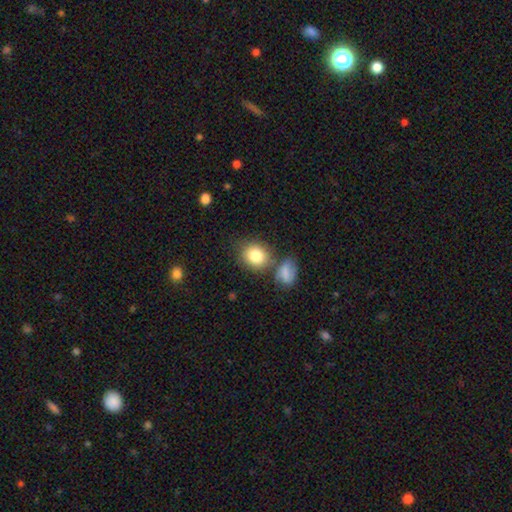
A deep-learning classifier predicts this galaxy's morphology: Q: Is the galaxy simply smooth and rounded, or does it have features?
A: smooth — 83%.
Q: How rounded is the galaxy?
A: round — 67%.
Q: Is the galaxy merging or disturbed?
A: none — 65%.